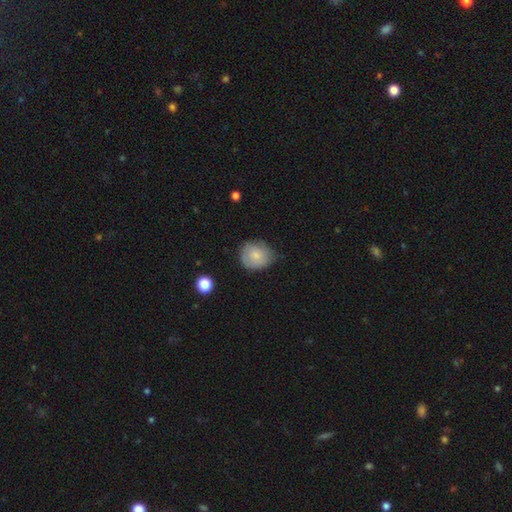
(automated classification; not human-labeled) Smooth or featured? Predicted: smooth (p=0.73). How rounded? Predicted: round (p=0.76). Merging? Predicted: none (p=0.60).